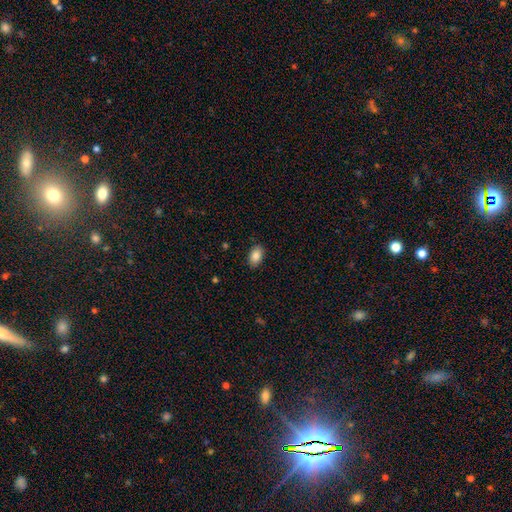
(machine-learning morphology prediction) This is clearly a smooth galaxy (87%). How rounded: clearly in between (89%). Merging: clearly none (87%).